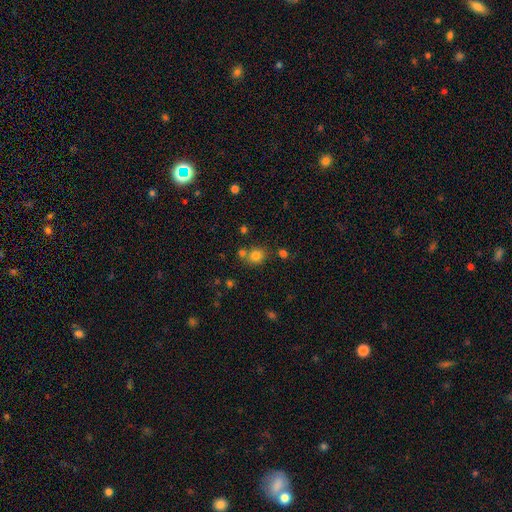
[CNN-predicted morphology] Smooth or featured: smooth — 79% (star or artifact — 14%)
How rounded: round — 75% (in between — 24%)
Merging: none — 67% (merger — 20%)